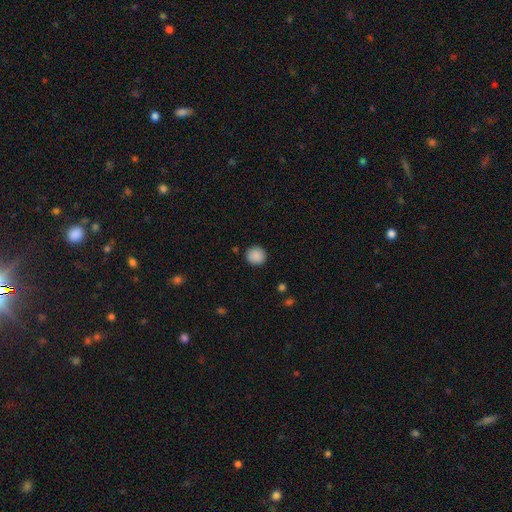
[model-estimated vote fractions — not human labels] Smooth or featured? Predicted: smooth (p=0.89). How rounded? Predicted: round (p=0.92). Merging? Predicted: none (p=0.90).